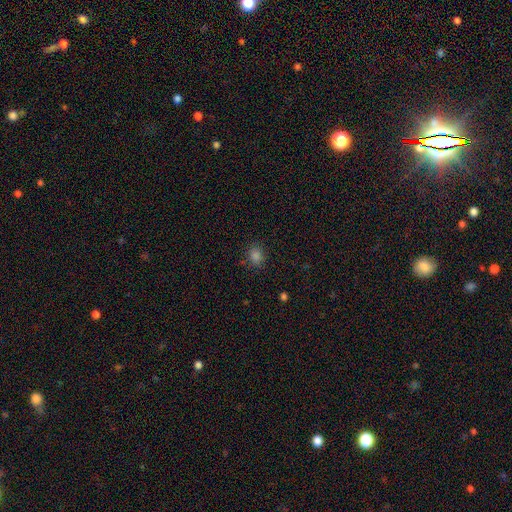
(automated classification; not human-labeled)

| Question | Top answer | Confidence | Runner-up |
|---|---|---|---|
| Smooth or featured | smooth | 80% | star or artifact (16%) |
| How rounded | round | 67% | in between (33%) |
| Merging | none | 85% | minor disturbance (11%) |